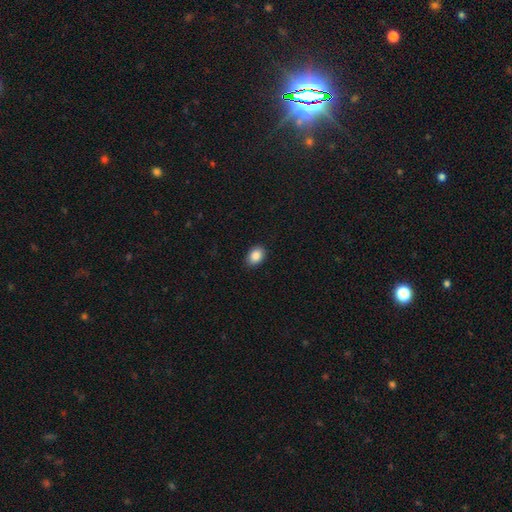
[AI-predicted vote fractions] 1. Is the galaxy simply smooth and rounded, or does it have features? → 88% smooth, 8% star or artifact, 4% featured or disk.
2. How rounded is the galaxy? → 76% in between, 23% round, 1% cigar-shaped.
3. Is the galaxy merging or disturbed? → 88% none, 9% minor disturbance, 2% major disturbance, 1% merger.